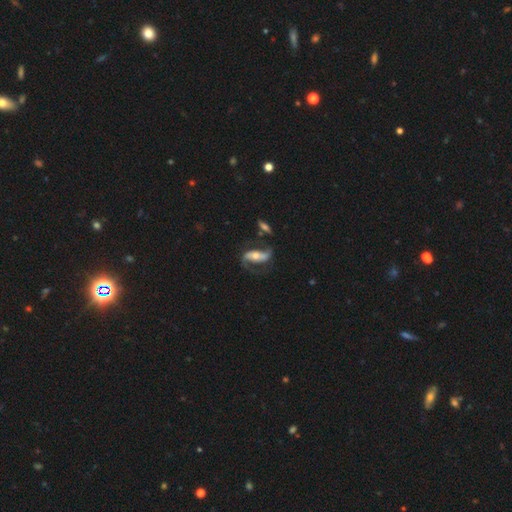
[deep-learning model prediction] smooth_or_featured: featured or disk (p=0.82) [alt: smooth p=0.13]
disk_edge_on: no (p=0.92) [alt: yes p=0.08]
bar: strong (p=0.41) [alt: no p=0.32]
has_spiral_arms: yes (p=0.93) [alt: no p=0.07]
spiral_winding: loose (p=0.52) [alt: medium p=0.36]
spiral_arm_count: 2 (p=0.87) [alt: 1 p=0.06]
bulge_size: moderate (p=0.57) [alt: small p=0.32]
merging: none (p=0.60) [alt: minor disturbance p=0.17]